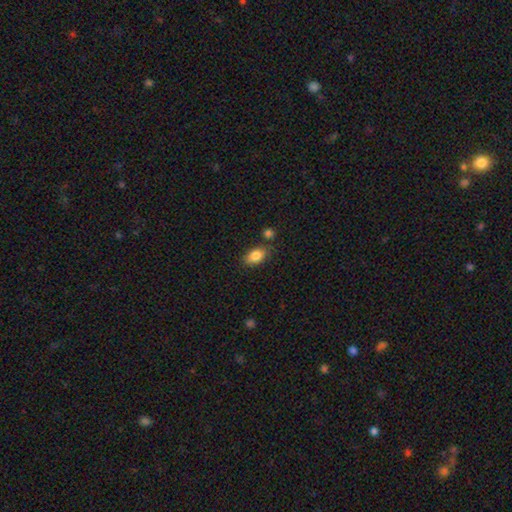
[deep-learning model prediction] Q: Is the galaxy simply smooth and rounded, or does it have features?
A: smooth — 84%.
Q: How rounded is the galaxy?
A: in between — 89%.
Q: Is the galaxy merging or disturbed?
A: none — 76%.